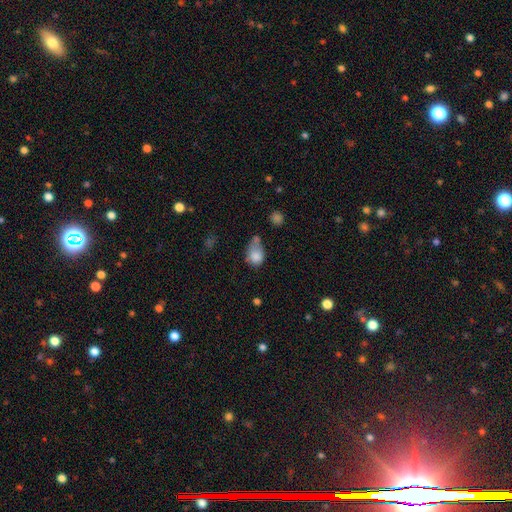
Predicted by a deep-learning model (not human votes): A smooth galaxy with no disk features (80%) that is in between round and cigar-shaped (63%).

Vote fractions:
- Smooth or featured? smooth: 80% / featured or disk: 11% / star or artifact: 10%
- How rounded? in between: 63% / round: 36% / cigar-shaped: 2%
- Merging? minor disturbance: 30% / none: 28% / merger: 22% / major disturbance: 20%